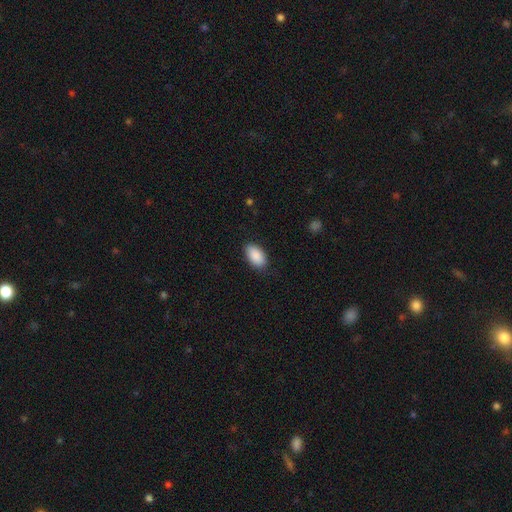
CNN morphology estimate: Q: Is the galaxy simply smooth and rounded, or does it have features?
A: smooth — 90%.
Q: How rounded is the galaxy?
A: in between — 94%.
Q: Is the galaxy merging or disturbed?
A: none — 86%.